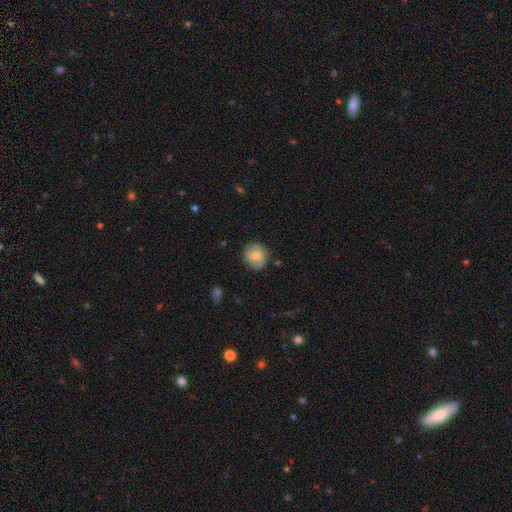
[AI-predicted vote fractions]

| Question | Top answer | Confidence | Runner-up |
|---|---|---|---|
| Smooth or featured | smooth | 63% | featured or disk (30%) |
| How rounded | round | 84% | in between (15%) |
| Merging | none | 80% | minor disturbance (15%) |